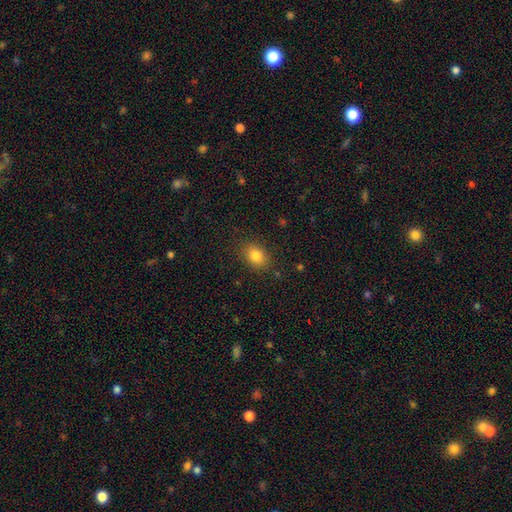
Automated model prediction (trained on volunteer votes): A smooth galaxy with no disk features (82%) that is in between round and cigar-shaped (68%).

Vote fractions:
- Smooth or featured? smooth: 82% / star or artifact: 10% / featured or disk: 7%
- How rounded? in between: 68% / round: 31% / cigar-shaped: 1%
- Merging? none: 86% / minor disturbance: 10% / major disturbance: 3% / merger: 1%